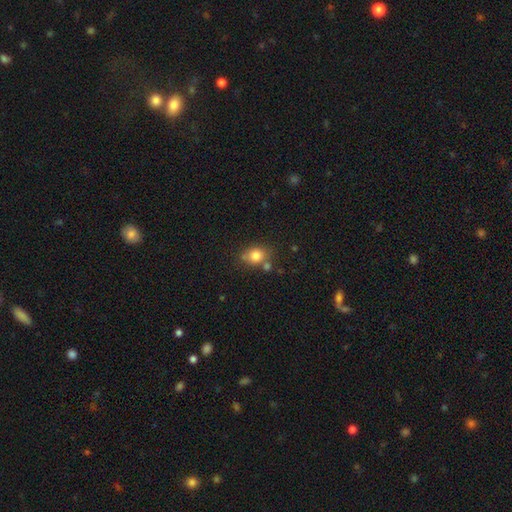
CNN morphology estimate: Smooth or featured?
  - smooth: 81% *
  - star or artifact: 10%
  - featured or disk: 9%
How rounded?
  - round: 55% *
  - in between: 43%
  - cigar-shaped: 1%
Merging?
  - none: 63% *
  - minor disturbance: 16%
  - merger: 16%
  - major disturbance: 5%